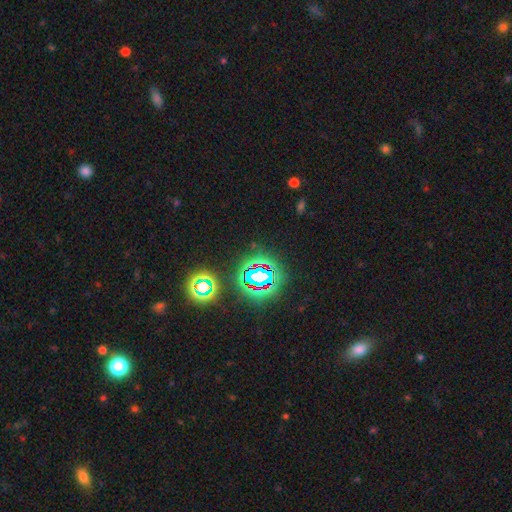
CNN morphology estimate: A star or artifact, not a galaxy (78%).

Vote fractions:
- Smooth or featured? star or artifact: 78% / smooth: 14% / featured or disk: 8%